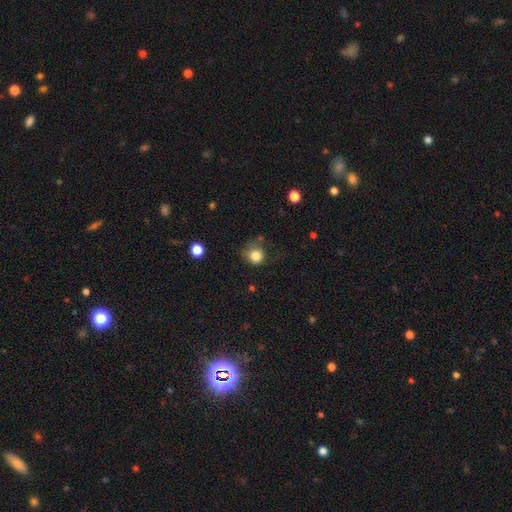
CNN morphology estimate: A smooth galaxy with no disk features (82%) that is round (87%). Merging: none (58%).